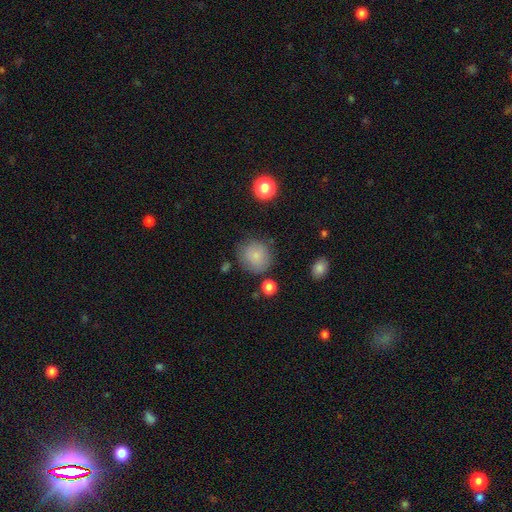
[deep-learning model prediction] A smooth galaxy with no disk features (82%) that is round (89%). Merging: none (75%).